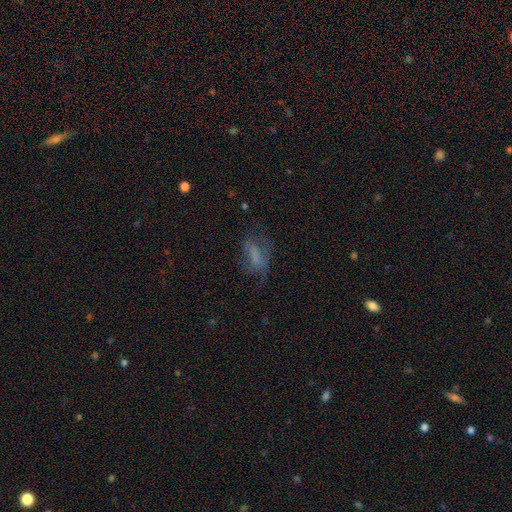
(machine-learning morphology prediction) This is marginally a smooth galaxy (43%). Merging: marginally none (39%).